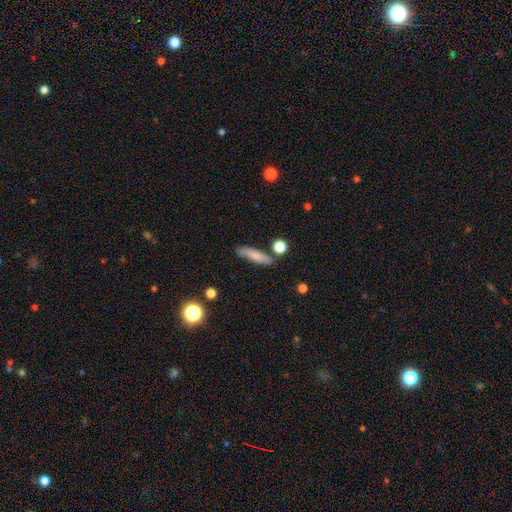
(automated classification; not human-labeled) The model was most divided on "how rounded": cigar-shaped: 74%, in between: 23%, round: 3%. More confident: merging — none (78%); smooth or featured — smooth (76%).